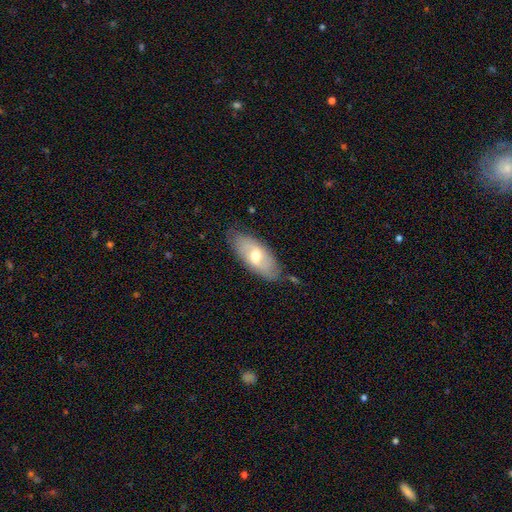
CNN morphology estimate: A smooth galaxy with no disk features (58%) that is in between round and cigar-shaped (86%). Merging: none (78%).